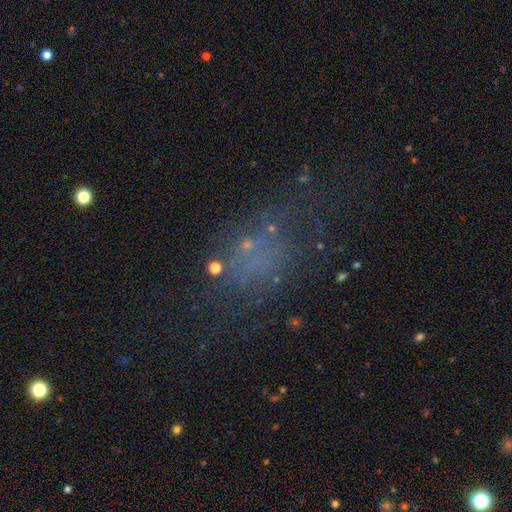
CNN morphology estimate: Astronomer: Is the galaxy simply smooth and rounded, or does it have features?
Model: smooth — 40% (runner-up: star or artifact, 34%).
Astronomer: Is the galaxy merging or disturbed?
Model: none — 50% (runner-up: major disturbance, 25%).